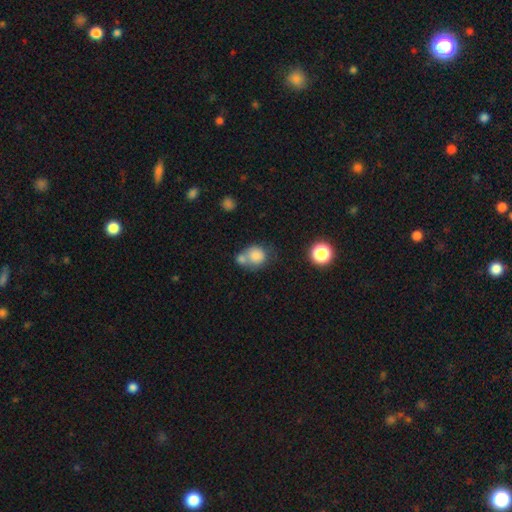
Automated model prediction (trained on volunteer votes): Smooth or featured?
  - smooth: 80% *
  - featured or disk: 10%
  - star or artifact: 10%
How rounded?
  - round: 78% *
  - in between: 21%
  - cigar-shaped: 1%
Merging?
  - merger: 48% *
  - none: 35%
  - minor disturbance: 11%
  - major disturbance: 6%